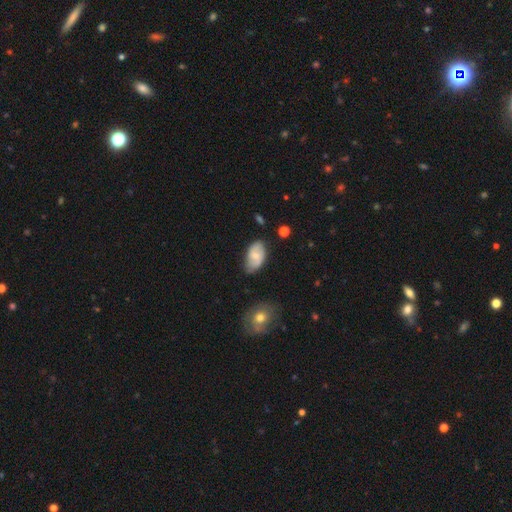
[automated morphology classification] smooth 54%, featured or disk 39%, star or artifact 7%. Down the decision tree: how rounded — in between (93%); merging — none (71%).